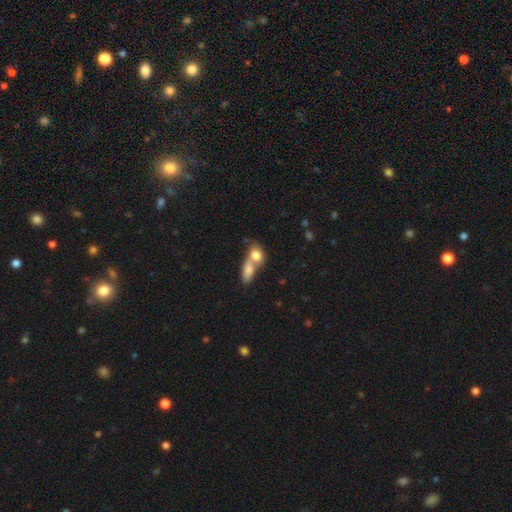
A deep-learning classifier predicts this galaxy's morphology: This appears to be a smooth galaxy with no disk features (77%) that is in between round and cigar-shaped (70%). Merging: merger (75%).